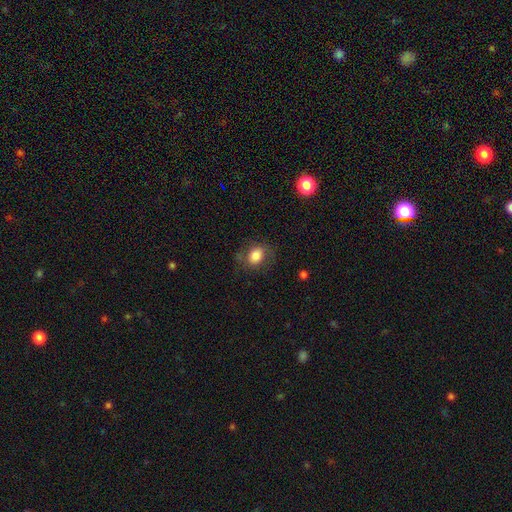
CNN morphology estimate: The model was most divided on "how rounded": in between: 56%, round: 43%, cigar-shaped: 1%. More confident: smooth or featured — smooth (80%); merging — none (72%).